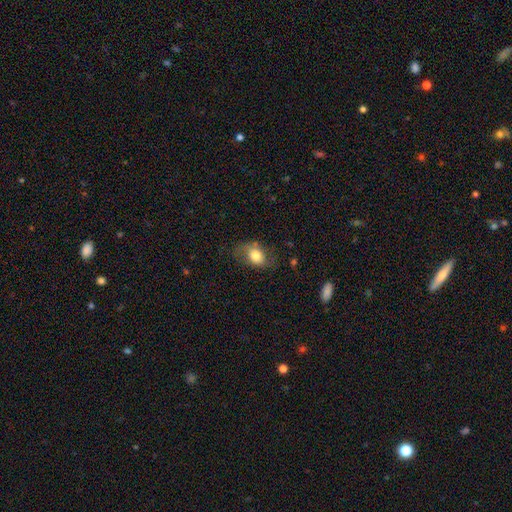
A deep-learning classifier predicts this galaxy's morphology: The model was most divided on "merging": none: 61%, minor disturbance: 24%, major disturbance: 13%, merger: 2%. More confident: how rounded — in between (76%); smooth or featured — smooth (68%).